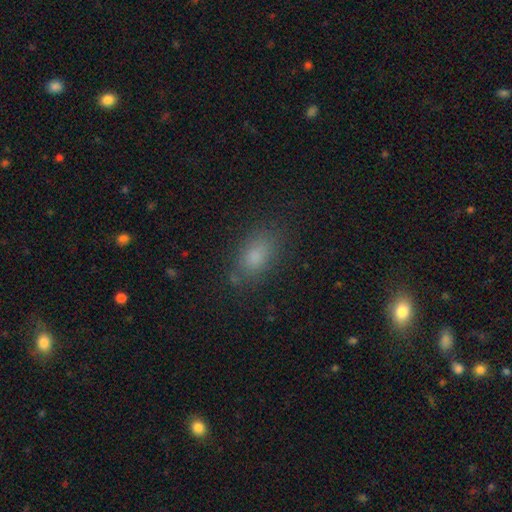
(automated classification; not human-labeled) This is likely a smooth galaxy (80%). How rounded: clearly in between (86%). Merging: likely none (76%).